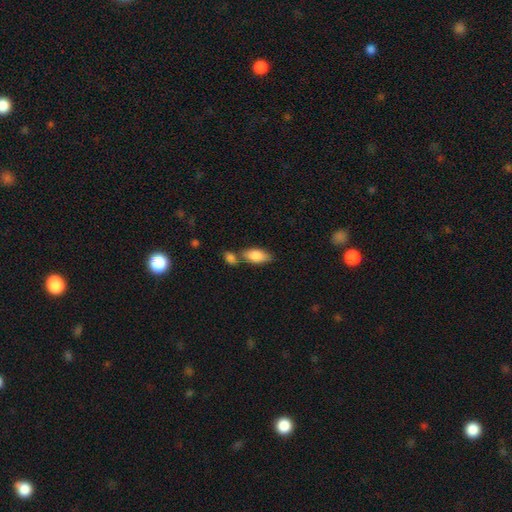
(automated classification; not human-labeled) Smooth or featured? Predicted: smooth (p=0.82). How rounded? Predicted: in between (p=0.88). Merging? Predicted: none (p=0.51).